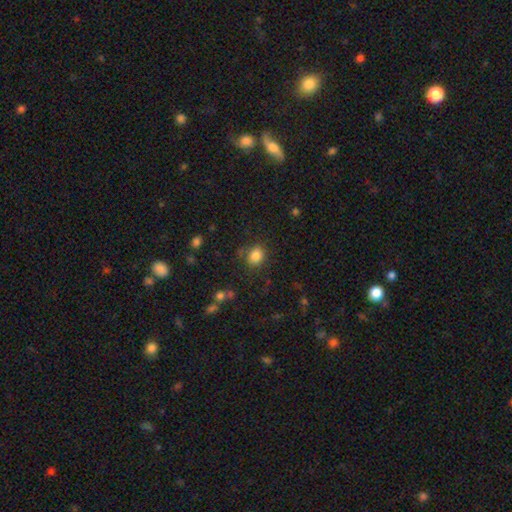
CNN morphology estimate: smooth_or_featured: smooth (p=0.83) [alt: star or artifact p=0.11]
how_rounded: round (p=0.69) [alt: in between p=0.30]
merging: none (p=0.79) [alt: minor disturbance p=0.13]